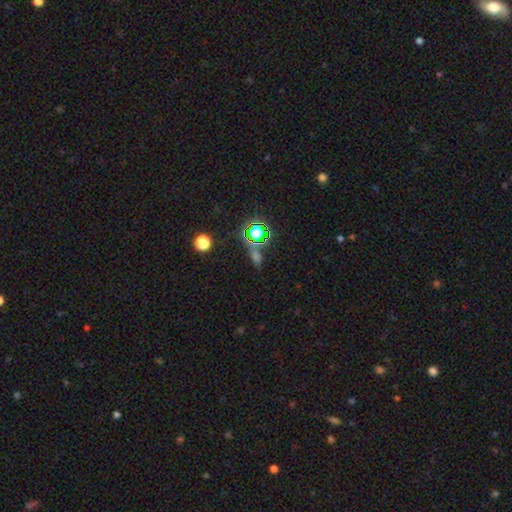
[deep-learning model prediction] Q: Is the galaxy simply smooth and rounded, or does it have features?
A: star or artifact — 58%.